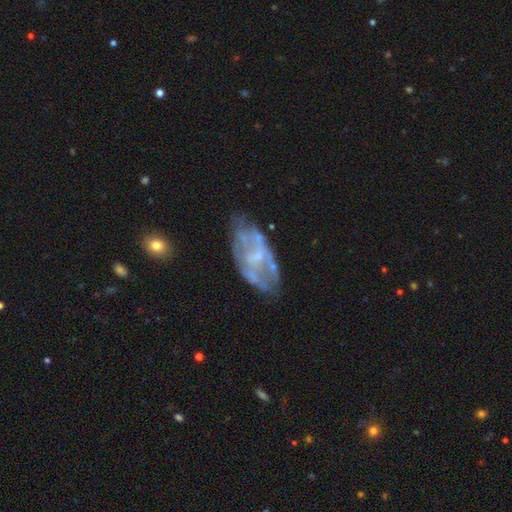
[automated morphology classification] Smooth or featured? Predicted: featured or disk (p=0.73). Edge-on disk? Predicted: no (p=0.94). Bar? Predicted: no (p=0.65). Spiral arms? Predicted: no (p=0.56). Bulge size? Predicted: small (p=0.60). Merging? Predicted: none (p=0.55).